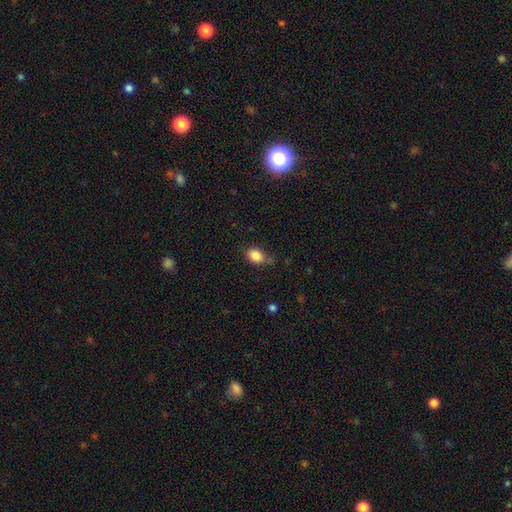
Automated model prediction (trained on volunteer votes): Q: Smooth or featured?
A: smooth (85%); runner-up: star or artifact (9%)
Q: How rounded?
A: in between (71%); runner-up: round (27%)
Q: Merging?
A: none (65%); runner-up: minor disturbance (26%)